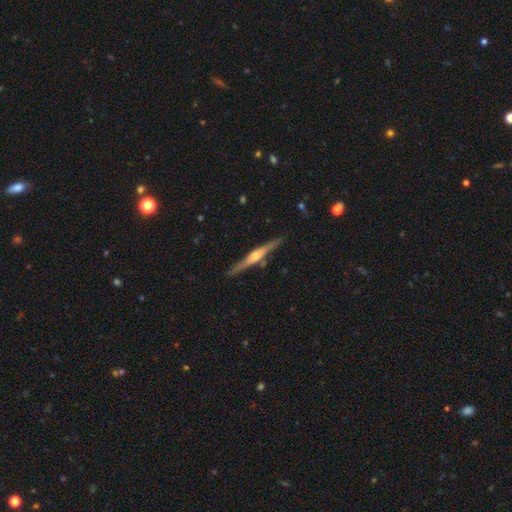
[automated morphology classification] Smooth or featured: featured or disk — 76% (smooth — 19%)
Edge-on disk: yes — 98% (no — 2%)
Edge-on bulge: rounded — 87% (boxy — 7%)
Merging: none — 86% (minor disturbance — 9%)